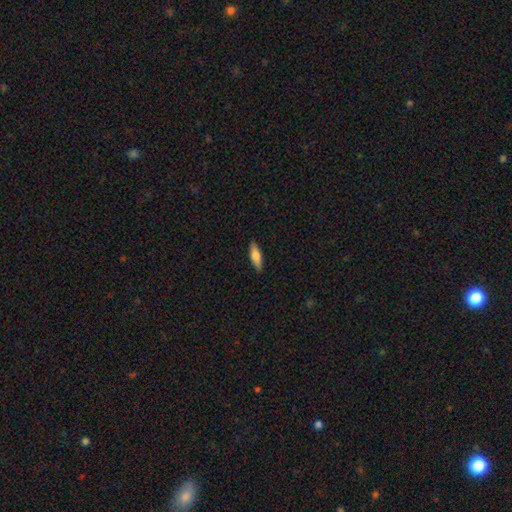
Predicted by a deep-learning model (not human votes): The model was most divided on "how rounded": in between: 50%, cigar-shaped: 48%, round: 2%. More confident: merging — none (88%); smooth or featured — smooth (70%).